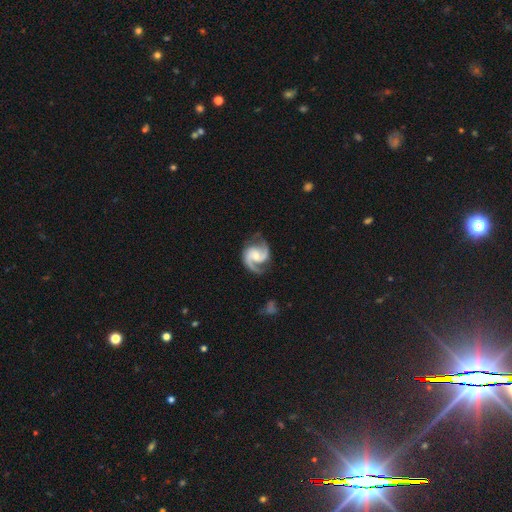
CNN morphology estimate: This appears to be a featured or disk galaxy (91%) with no bar (51%), 2 (90%) medium (58%) spiral arms (98%) and a moderate central bulge (48%). Merging: none (72%).